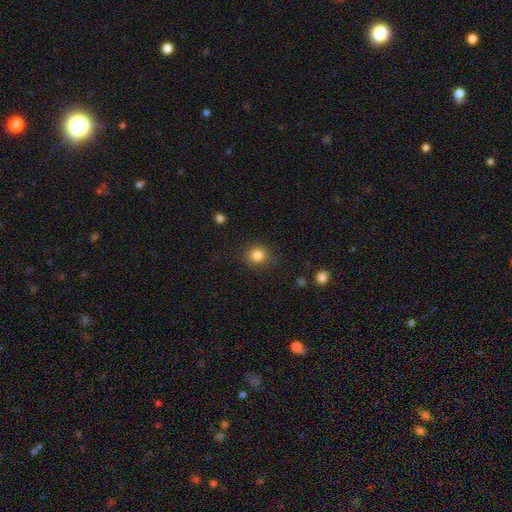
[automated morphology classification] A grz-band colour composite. It shows a smooth galaxy with no disk features (83%) that is round (82%). Merging: none (88%).